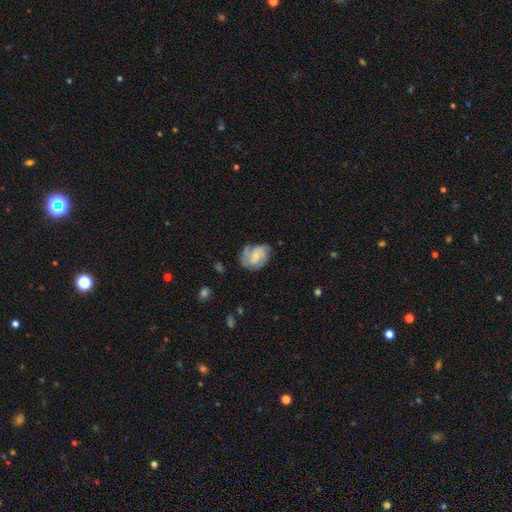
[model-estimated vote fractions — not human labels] smooth_or_featured: featured or disk (p=0.62) [alt: smooth p=0.31]
disk_edge_on: no (p=0.97) [alt: yes p=0.03]
bar: no (p=0.62) [alt: weak p=0.32]
has_spiral_arms: yes (p=0.84) [alt: no p=0.16]
spiral_winding: tight (p=0.43) [alt: medium p=0.41]
spiral_arm_count: 2 (p=0.31) [alt: can't tell p=0.29]
bulge_size: small (p=0.57) [alt: moderate p=0.27]
merging: none (p=0.53) [alt: minor disturbance p=0.29]